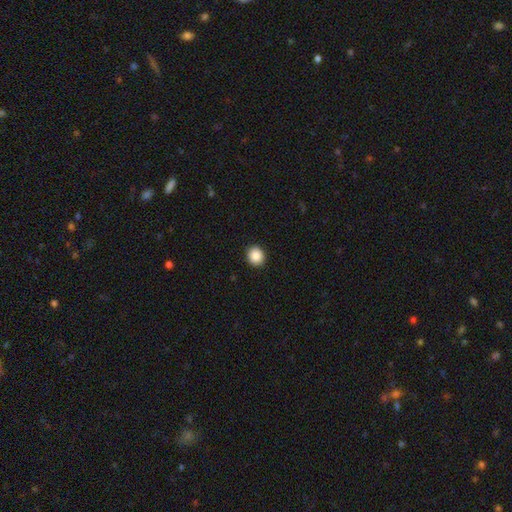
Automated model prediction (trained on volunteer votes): Smooth or featured? Predicted: smooth (p=0.88). How rounded? Predicted: round (p=0.79). Merging? Predicted: none (p=0.92).